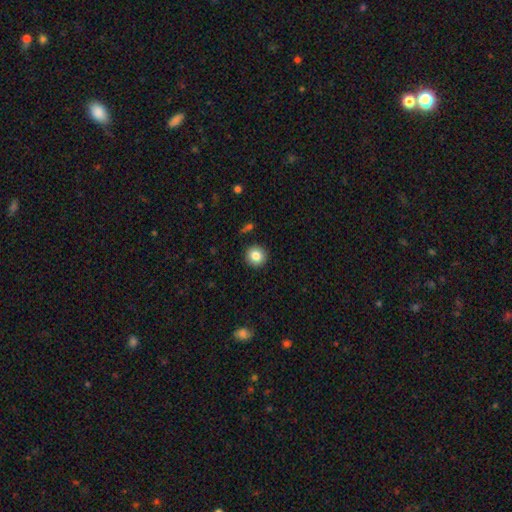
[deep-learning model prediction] This appears to be a smooth galaxy with no disk features (84%) that is round (91%). Merging: none (91%).